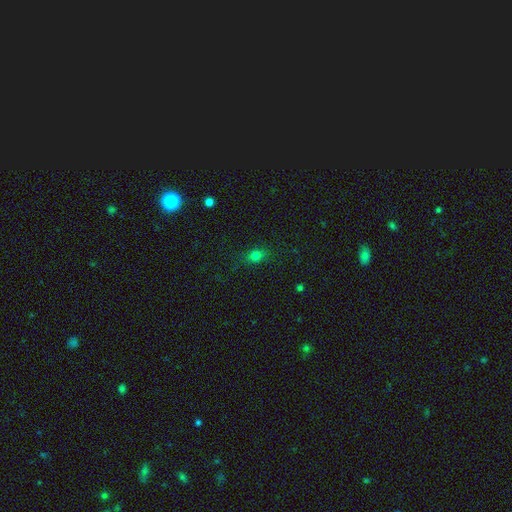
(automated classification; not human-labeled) Smooth or featured?
  - smooth: 74% *
  - star or artifact: 17%
  - featured or disk: 9%
How rounded?
  - in between: 51% *
  - round: 45%
  - cigar-shaped: 4%
Merging?
  - none: 82% *
  - minor disturbance: 13%
  - major disturbance: 4%
  - merger: 1%